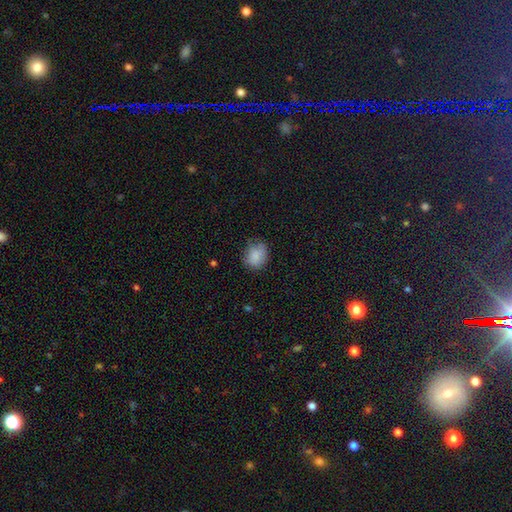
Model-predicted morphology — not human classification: The model was most divided on "how rounded": round: 60%, in between: 39%, cigar-shaped: 1%. More confident: smooth or featured — smooth (83%); merging — none (68%).